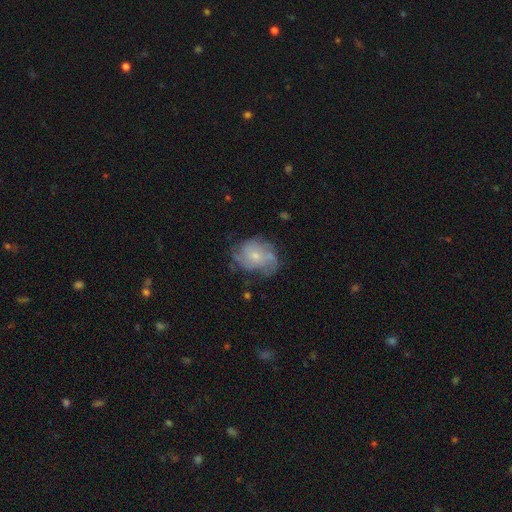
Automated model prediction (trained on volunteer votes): This appears to be a featured or disk galaxy (63%) with no bar (77%), spiral arms (75%) and a small central bulge (64%). Merging: none (58%).